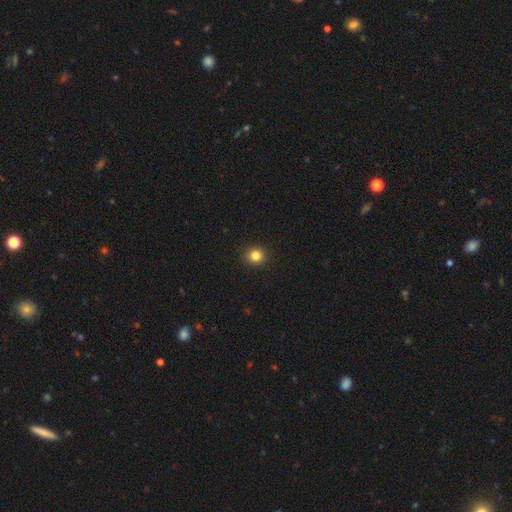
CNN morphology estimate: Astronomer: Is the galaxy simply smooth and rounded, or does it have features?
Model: smooth — 83%.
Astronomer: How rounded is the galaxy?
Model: round — 89%.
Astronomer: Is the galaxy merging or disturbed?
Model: none — 93%.